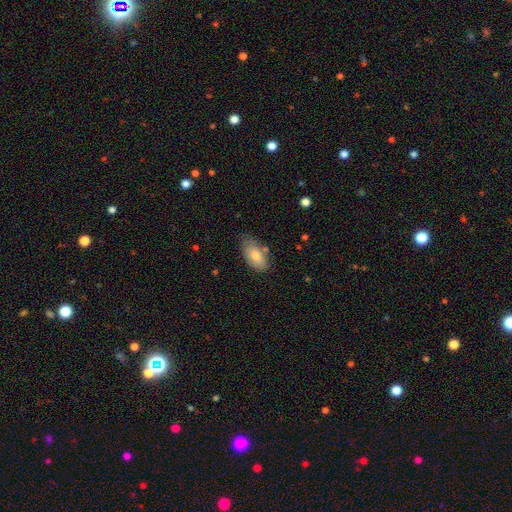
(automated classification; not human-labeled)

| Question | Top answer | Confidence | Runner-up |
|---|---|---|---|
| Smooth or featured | smooth | 76% | featured or disk (17%) |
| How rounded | in between | 93% | cigar-shaped (4%) |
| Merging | none | 67% | minor disturbance (24%) |